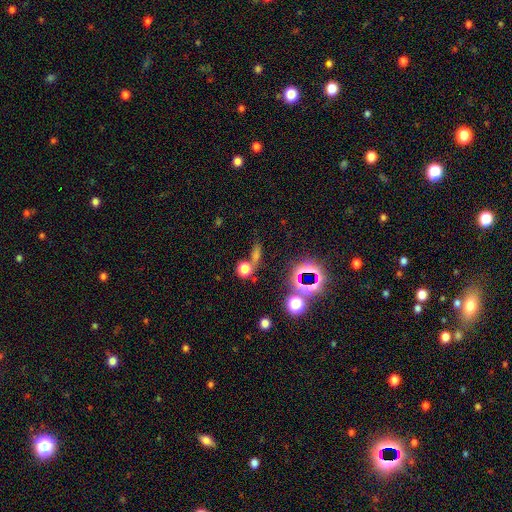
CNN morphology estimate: This is possibly a smooth galaxy (46%). Merging: possibly none (59%).